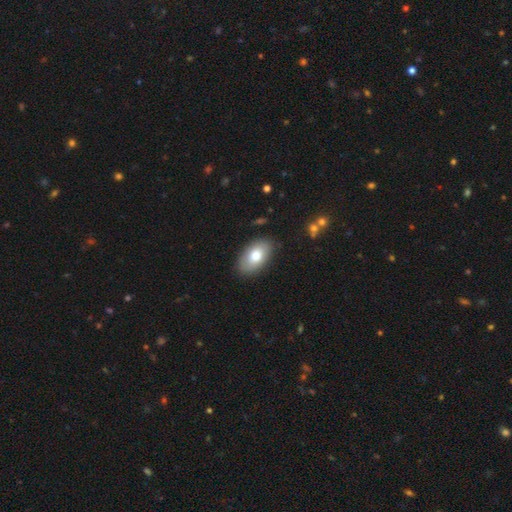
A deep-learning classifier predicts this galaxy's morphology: This appears to be a smooth galaxy with no disk features (77%) that is in between round and cigar-shaped (94%). Merging: none (86%).